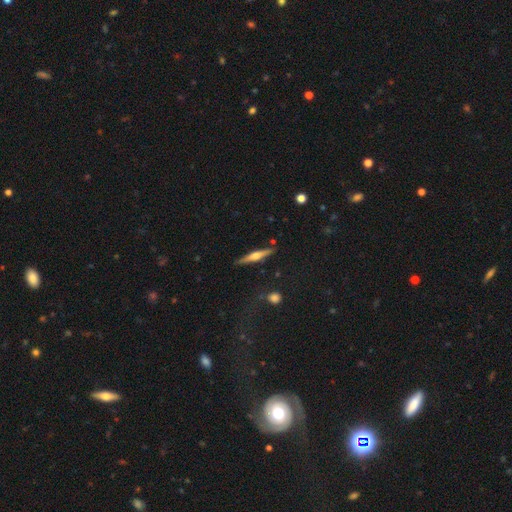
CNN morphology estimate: This appears to be a featured or disk galaxy (65%) viewed edge-on (97%) with a rounded central bulge (89%). Merging: none (87%).